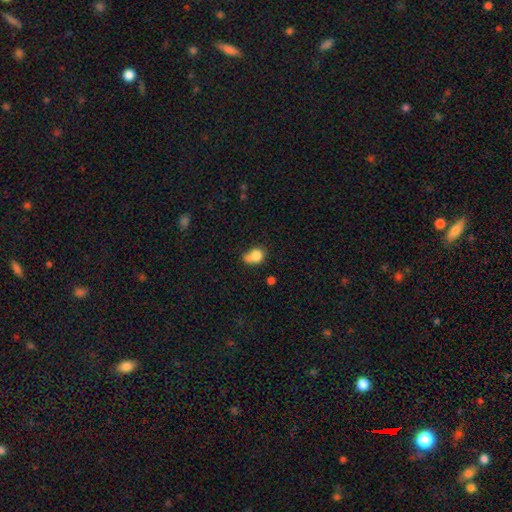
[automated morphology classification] A smooth galaxy with no disk features (79%) that is round (55%). Merging: none (34%).